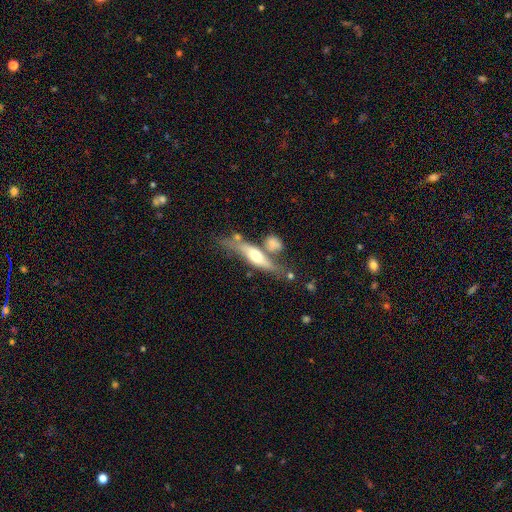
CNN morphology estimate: This appears to be a featured or disk galaxy (55%) viewed edge-on (77%). Merging: none (51%).